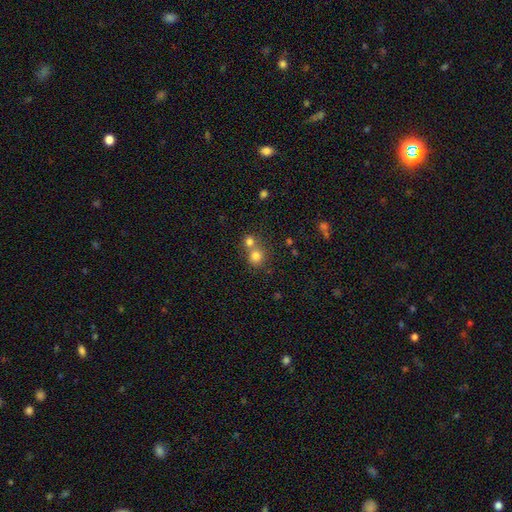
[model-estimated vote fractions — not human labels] Smooth or featured: smooth — 77% (star or artifact — 14%)
How rounded: round — 88% (in between — 12%)
Merging: none — 47% (merger — 44%)